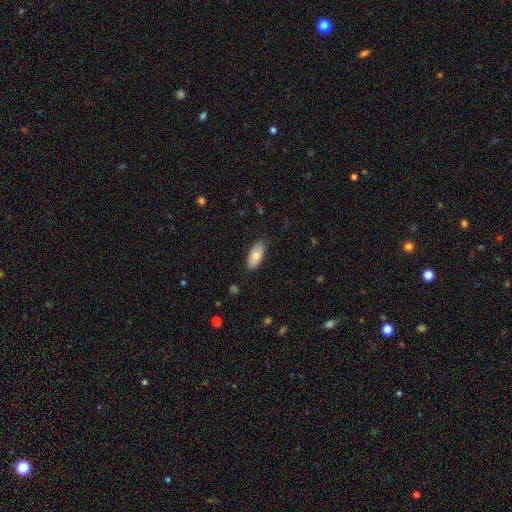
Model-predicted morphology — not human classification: This is likely a smooth galaxy (79%). How rounded: clearly in between (87%). Merging: clearly none (86%).